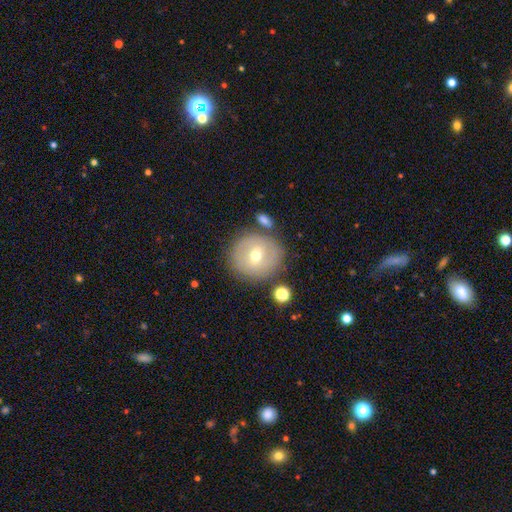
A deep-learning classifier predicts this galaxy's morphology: Smooth or featured? Predicted: smooth (p=0.47). Merging? Predicted: none (p=0.77).